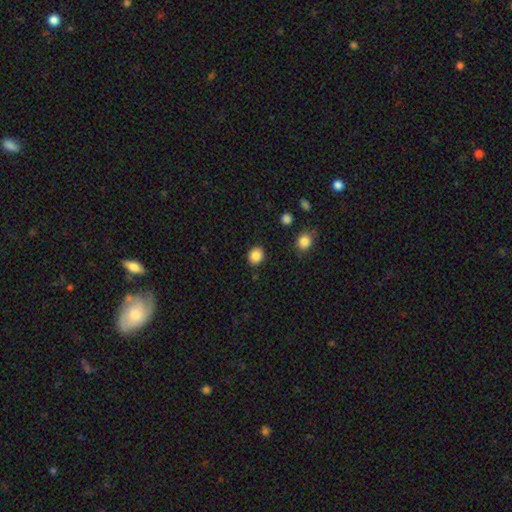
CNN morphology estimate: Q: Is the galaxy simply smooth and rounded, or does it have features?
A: smooth — 86%.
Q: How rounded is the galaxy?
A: round — 66%.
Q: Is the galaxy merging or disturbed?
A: none — 88%.